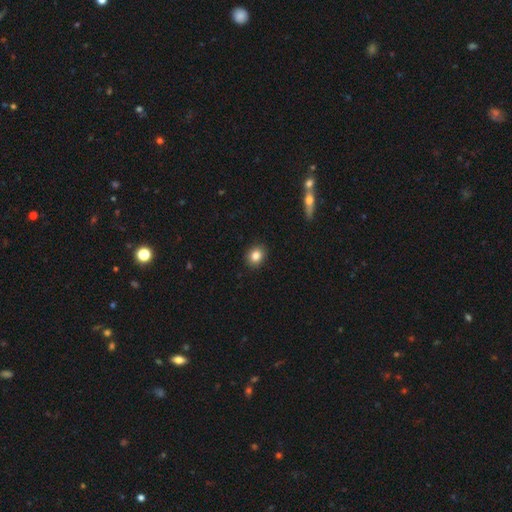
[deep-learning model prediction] Morphology: type=smooth (85%); roundness=round (65%); merging=none (91%).